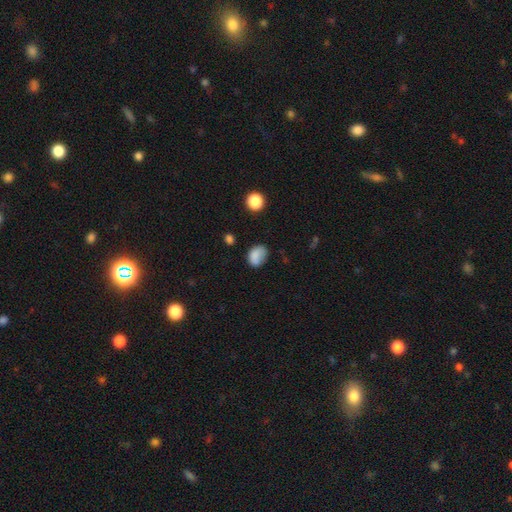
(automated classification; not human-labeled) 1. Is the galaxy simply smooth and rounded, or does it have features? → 82% smooth, 10% star or artifact, 8% featured or disk.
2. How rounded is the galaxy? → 64% in between, 35% round, 1% cigar-shaped.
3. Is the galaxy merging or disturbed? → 59% none, 28% minor disturbance, 10% major disturbance, 4% merger.